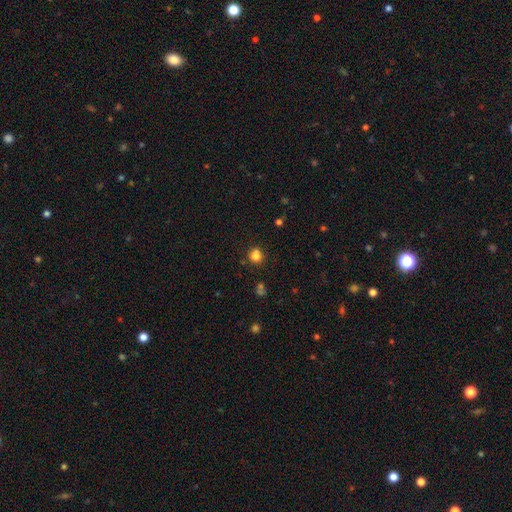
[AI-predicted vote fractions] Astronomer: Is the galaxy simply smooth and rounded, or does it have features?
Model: smooth — 81%.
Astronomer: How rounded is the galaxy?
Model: round — 84%.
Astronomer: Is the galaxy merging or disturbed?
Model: none — 76%.